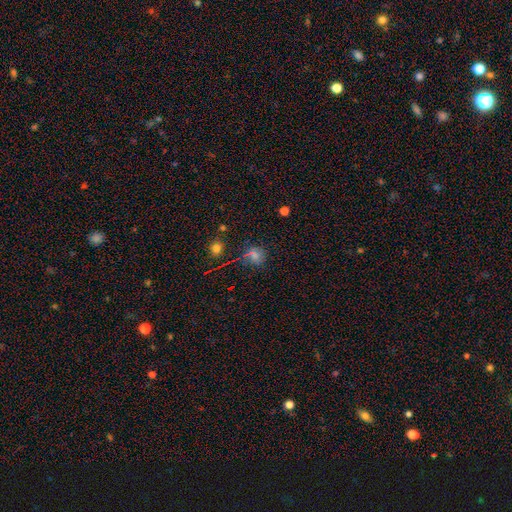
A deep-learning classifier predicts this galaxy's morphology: smooth 63%, star or artifact 28%, featured or disk 9%. Down the decision tree: how rounded — round (81%); merging — none (75%).